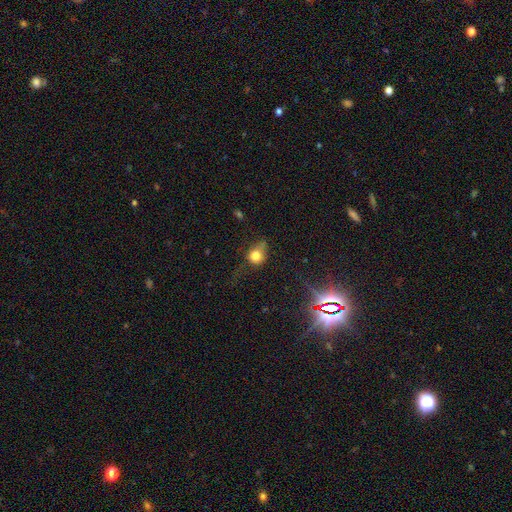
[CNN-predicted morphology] The model was most divided on "merging": none: 40%, minor disturbance: 32%, major disturbance: 24%, merger: 5%. More confident: smooth or featured — smooth (73%); how rounded — round (71%).